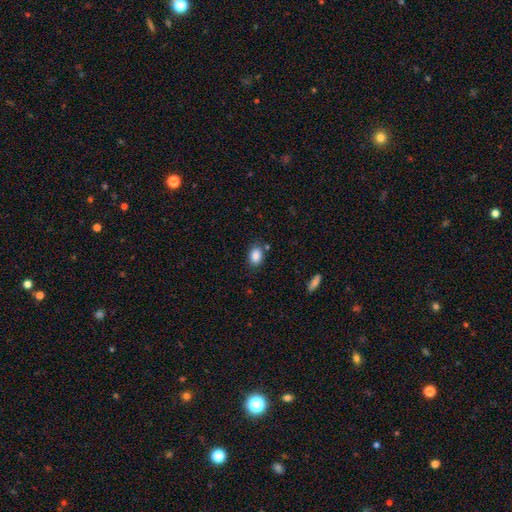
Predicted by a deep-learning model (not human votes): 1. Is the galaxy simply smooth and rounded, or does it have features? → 87% smooth, 9% star or artifact, 4% featured or disk.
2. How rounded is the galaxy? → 73% in between, 26% round, 1% cigar-shaped.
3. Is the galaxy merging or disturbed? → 79% none, 13% minor disturbance, 5% merger, 3% major disturbance.